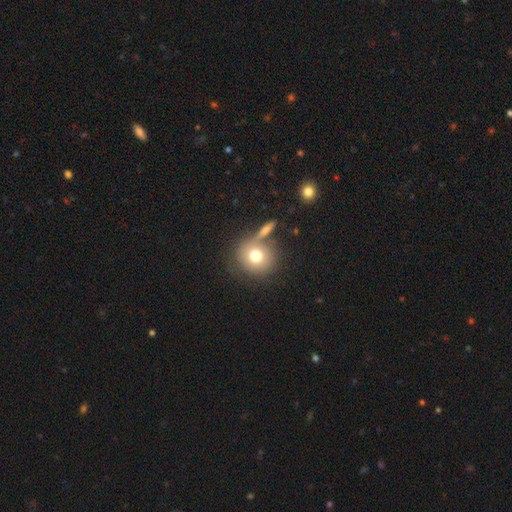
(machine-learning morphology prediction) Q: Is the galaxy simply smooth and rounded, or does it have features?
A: smooth — 73%.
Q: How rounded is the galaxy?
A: round — 87%.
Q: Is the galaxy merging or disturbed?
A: none — 61%.